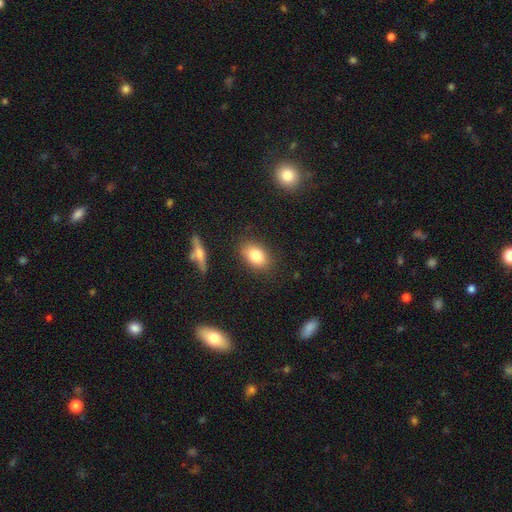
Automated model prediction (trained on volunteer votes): Smooth or featured: smooth — 81% (featured or disk — 11%)
How rounded: in between — 83% (round — 14%)
Merging: none — 84% (minor disturbance — 11%)